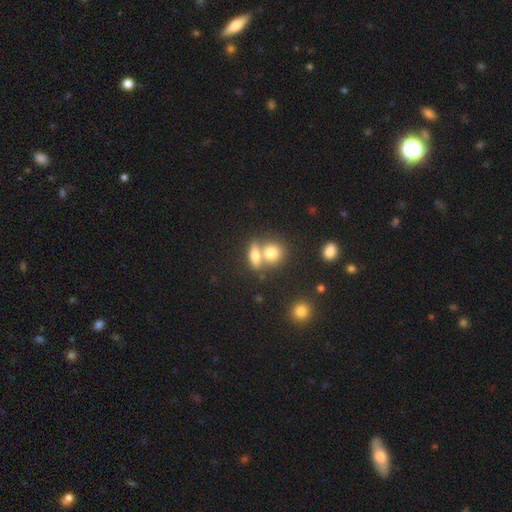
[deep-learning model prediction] Morphology: type=smooth (70%); roundness=in between (55%); merging=merger (48%).